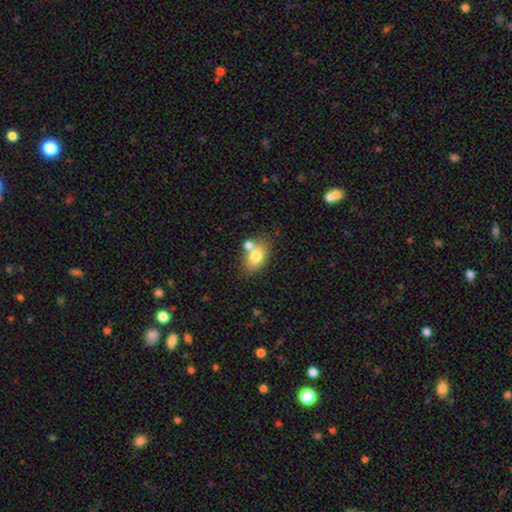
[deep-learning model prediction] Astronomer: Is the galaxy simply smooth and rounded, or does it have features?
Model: smooth — 76%.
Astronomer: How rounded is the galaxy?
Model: in between — 82%.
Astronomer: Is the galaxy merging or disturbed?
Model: none — 60%.